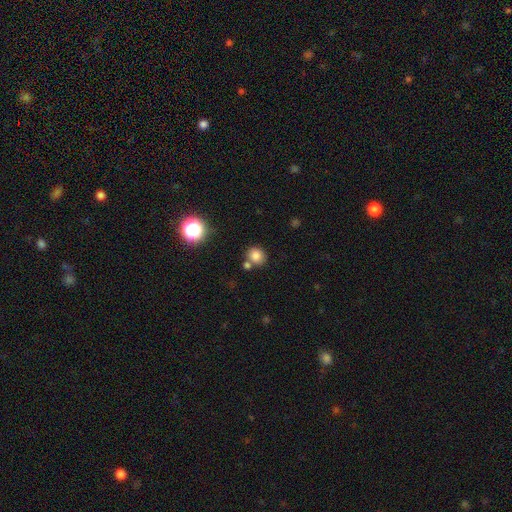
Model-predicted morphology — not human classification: A smooth galaxy with no disk features (80%) that is round (81%). Merging: none (69%).